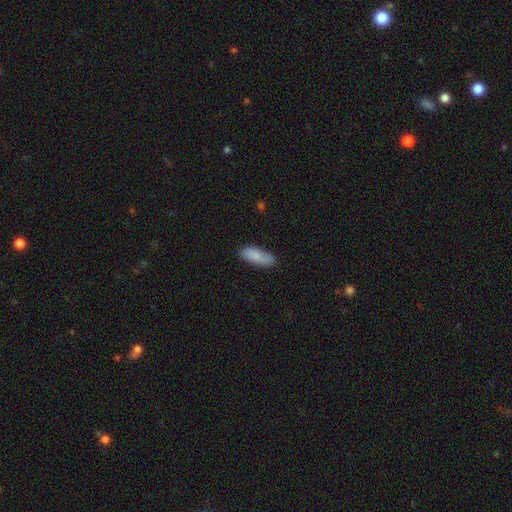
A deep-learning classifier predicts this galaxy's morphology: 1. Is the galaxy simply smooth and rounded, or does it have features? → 85% smooth, 9% featured or disk, 6% star or artifact.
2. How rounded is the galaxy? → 77% in between, 21% cigar-shaped, 2% round.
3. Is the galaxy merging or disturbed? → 76% none, 19% minor disturbance, 3% major disturbance, 2% merger.